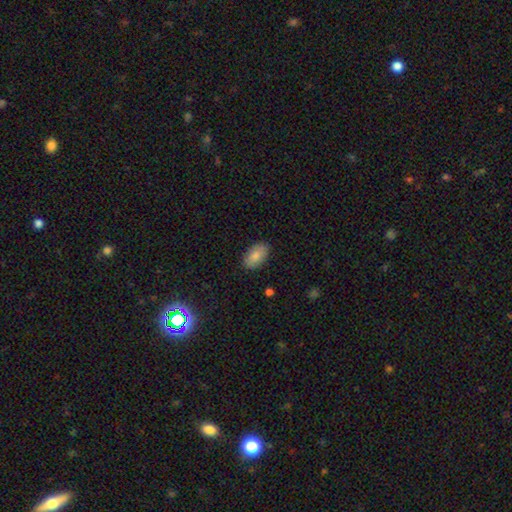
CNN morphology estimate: A smooth galaxy with no disk features (83%) that is in between round and cigar-shaped (94%). Merging: none (86%).